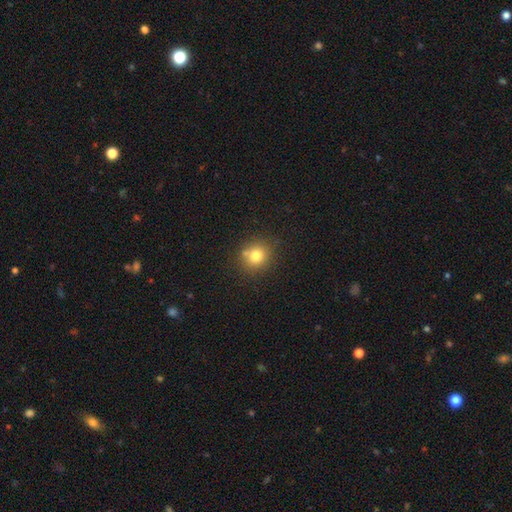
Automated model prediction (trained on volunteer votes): Smooth or featured? smooth (78%)
How rounded? round (86%)
Merging? none (75%)